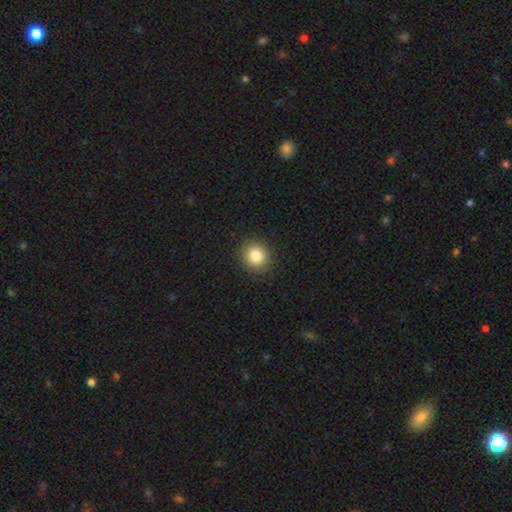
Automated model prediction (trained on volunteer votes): Overall: smooth (84%). How rounded: round (87%). Merging: none (91%).